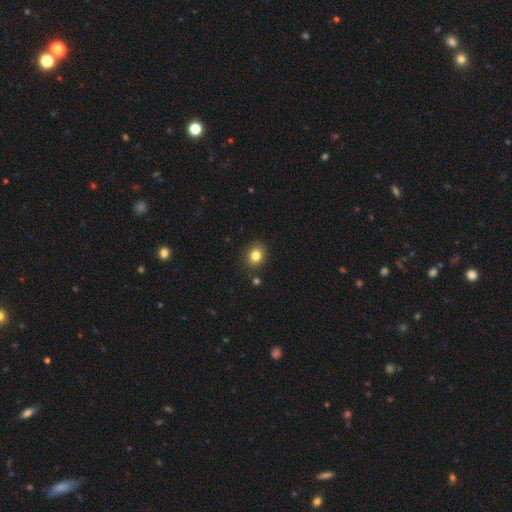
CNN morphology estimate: A smooth galaxy with no disk features (81%) that is round (62%). Merging: none (85%).